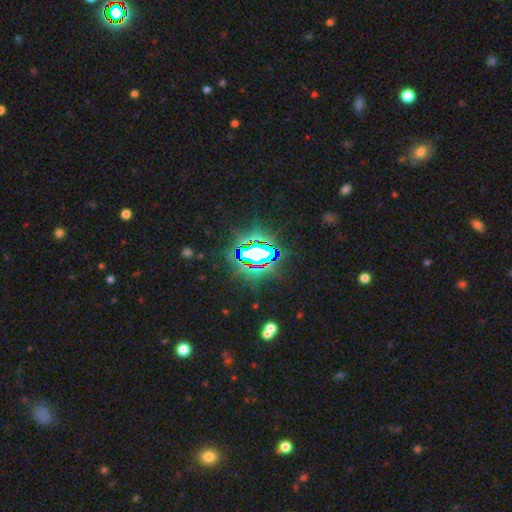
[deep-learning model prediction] smooth-or-featured: star or artifact: 78% | smooth: 11% | featured or disk: 11%